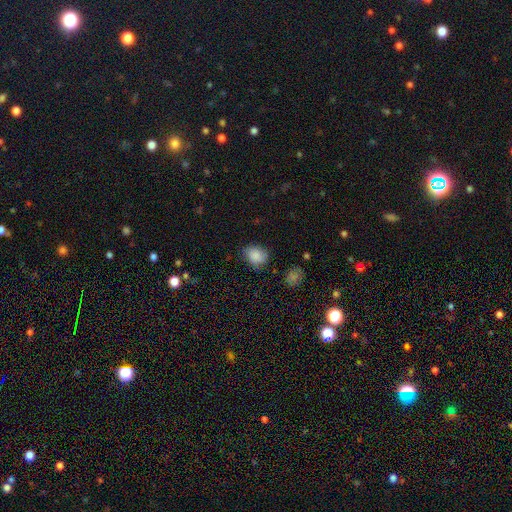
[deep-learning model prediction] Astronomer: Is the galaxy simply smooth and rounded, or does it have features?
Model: smooth — 85%.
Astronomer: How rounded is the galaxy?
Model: in between — 55% (runner-up: round, 44%).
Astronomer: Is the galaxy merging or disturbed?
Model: none — 65%.